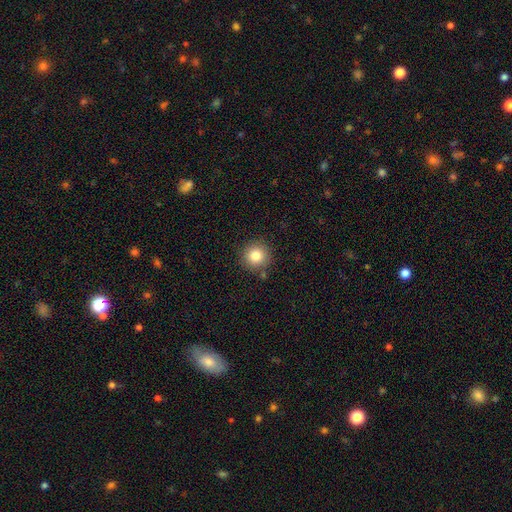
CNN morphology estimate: type=smooth (83%); roundness=round (94%); merging=none (87%).